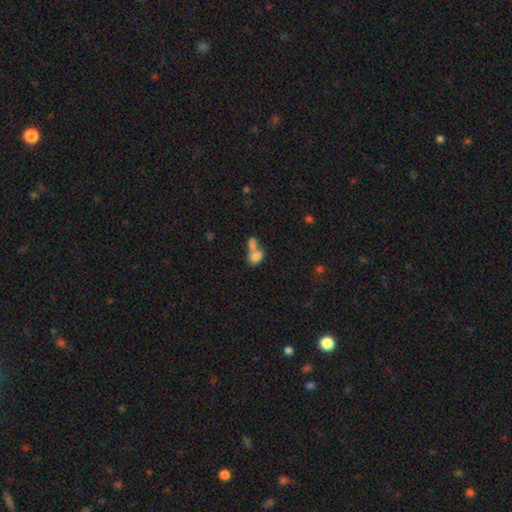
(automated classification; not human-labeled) Smooth or featured? smooth (69%)
How rounded? in between (72%)
Merging? merger (61%)